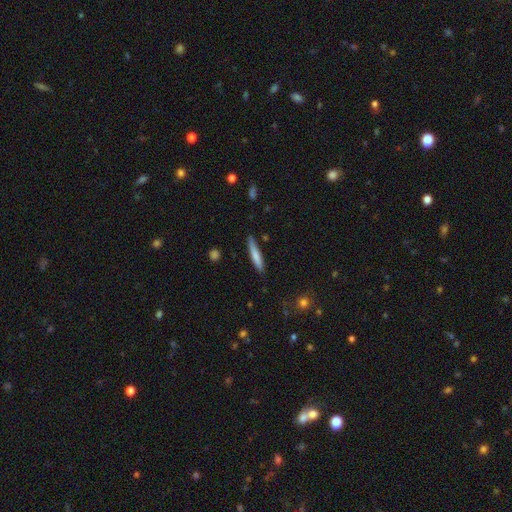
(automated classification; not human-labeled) A smooth galaxy with no disk features (73%) that is cigar-shaped (92%).

Vote fractions:
- Smooth or featured? smooth: 73% / featured or disk: 22% / star or artifact: 6%
- How rounded? cigar-shaped: 92% / in between: 7% / round: 1%
- Merging? none: 86% / minor disturbance: 11% / major disturbance: 2% / merger: 2%